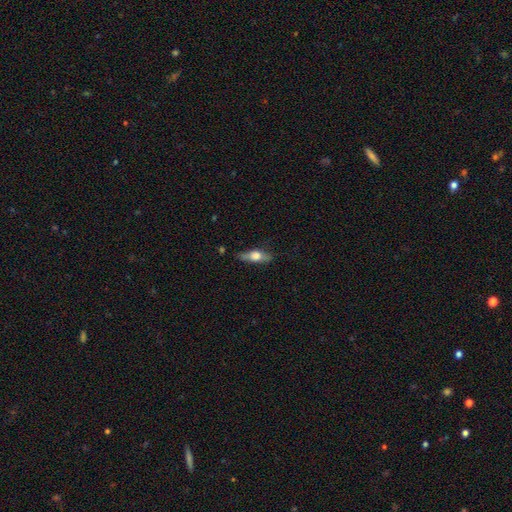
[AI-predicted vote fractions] This appears to be a smooth galaxy with no disk features (49%). Merging: none (69%).